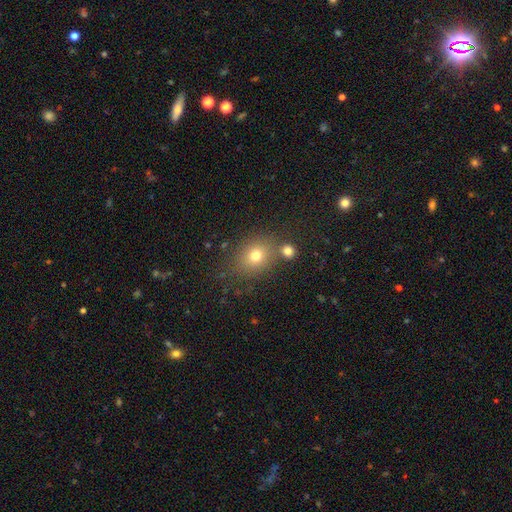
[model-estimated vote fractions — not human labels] Smooth or featured?
  - smooth: 73% *
  - star or artifact: 16%
  - featured or disk: 11%
How rounded?
  - round: 59% *
  - in between: 40%
  - cigar-shaped: 1%
Merging?
  - none: 71% *
  - merger: 13%
  - minor disturbance: 12%
  - major disturbance: 5%